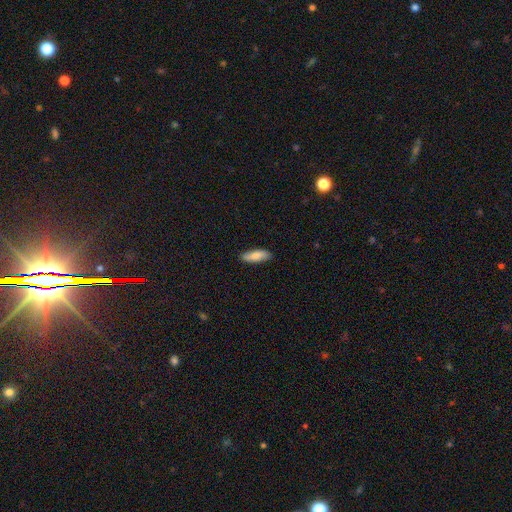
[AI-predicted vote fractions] Smooth or featured? Predicted: smooth (p=0.83). How rounded? Predicted: in between (p=0.57). Merging? Predicted: none (p=0.86).